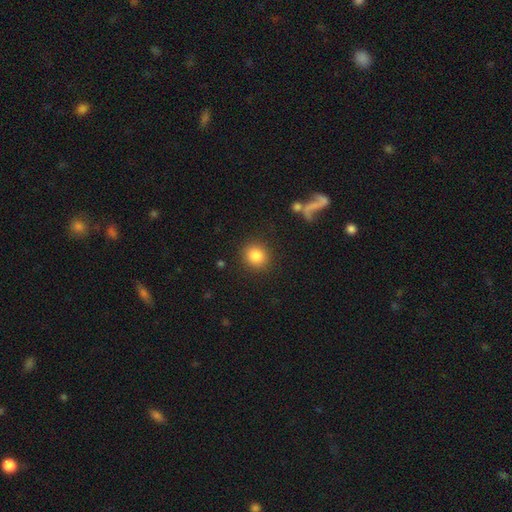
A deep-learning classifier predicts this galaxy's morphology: type=smooth (85%); roundness=round (86%); merging=none (89%).